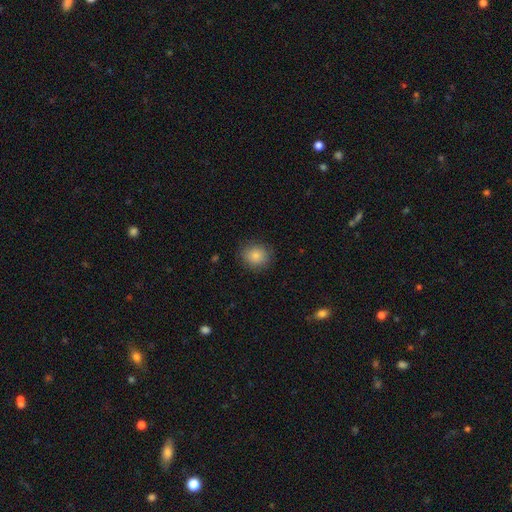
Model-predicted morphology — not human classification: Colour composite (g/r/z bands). It shows a smooth galaxy with no disk features (84%) that is round (79%). Merging: none (85%).